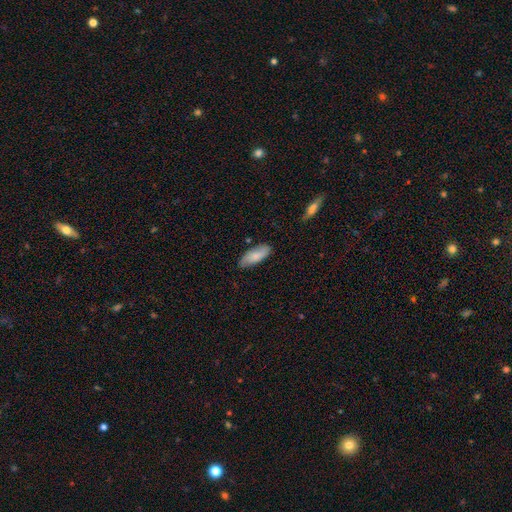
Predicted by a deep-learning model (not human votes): Overall: smooth (81%). How rounded: in between (73%). Merging: none (80%).